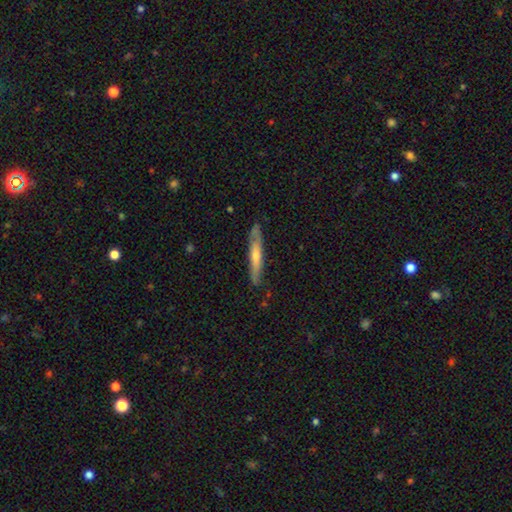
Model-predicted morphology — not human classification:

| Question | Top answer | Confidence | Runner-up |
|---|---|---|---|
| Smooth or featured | featured or disk | 49% | smooth (46%) |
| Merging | none | 81% | minor disturbance (14%) |